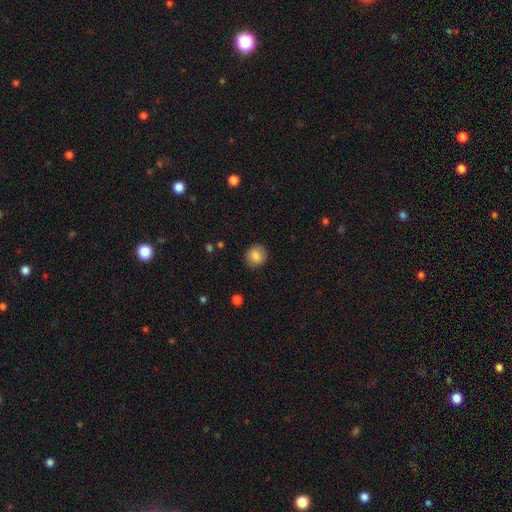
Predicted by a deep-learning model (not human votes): Smooth or featured?
  - smooth: 83% *
  - star or artifact: 8%
  - featured or disk: 8%
How rounded?
  - round: 83% *
  - in between: 16%
  - cigar-shaped: 1%
Merging?
  - none: 88% *
  - minor disturbance: 8%
  - major disturbance: 2%
  - merger: 1%